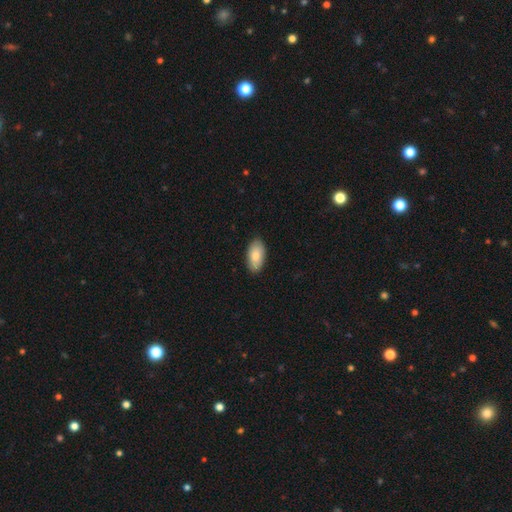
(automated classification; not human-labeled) Smooth or featured: smooth — 83% (featured or disk — 11%)
How rounded: in between — 94% (cigar-shaped — 3%)
Merging: none — 88% (minor disturbance — 10%)